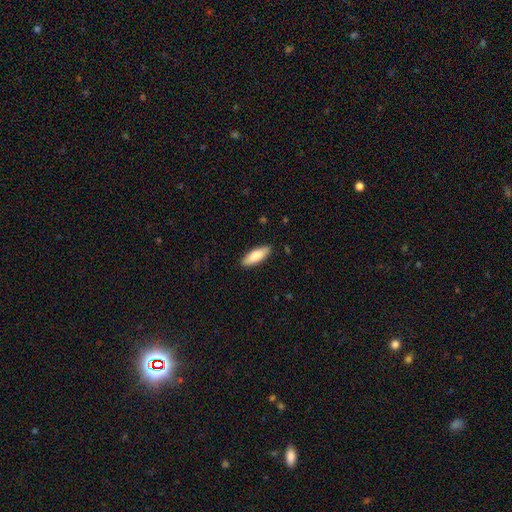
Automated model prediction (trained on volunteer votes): The model was most divided on "how rounded": in between: 58%, cigar-shaped: 40%, round: 2%. More confident: merging — none (88%); smooth or featured — smooth (82%).